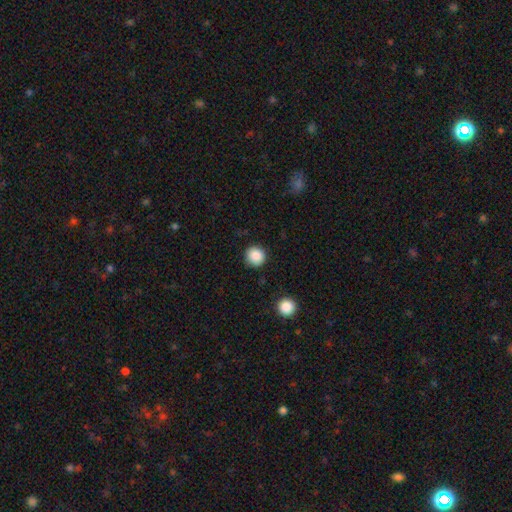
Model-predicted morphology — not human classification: type=smooth (88%); roundness=round (95%); merging=none (90%).